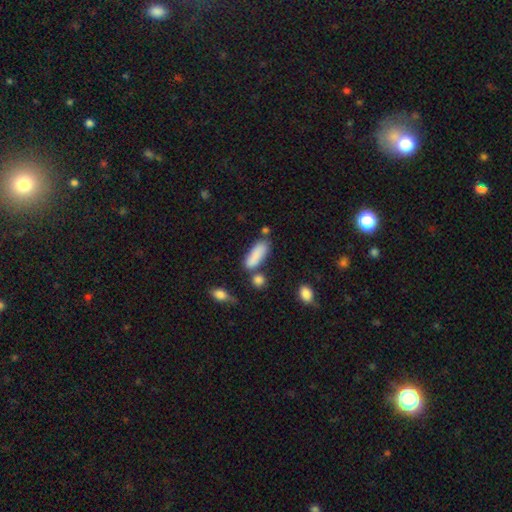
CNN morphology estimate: Smooth or featured? smooth (85%)
How rounded? in between (63%)
Merging? none (59%)